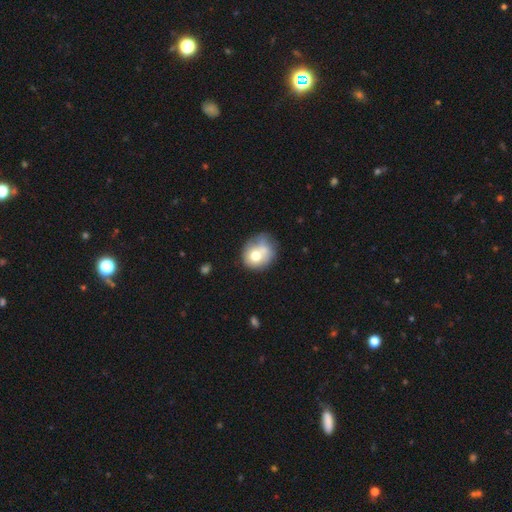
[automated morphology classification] Smooth or featured? smooth (66%)
How rounded? round (70%)
Merging? none (35%)